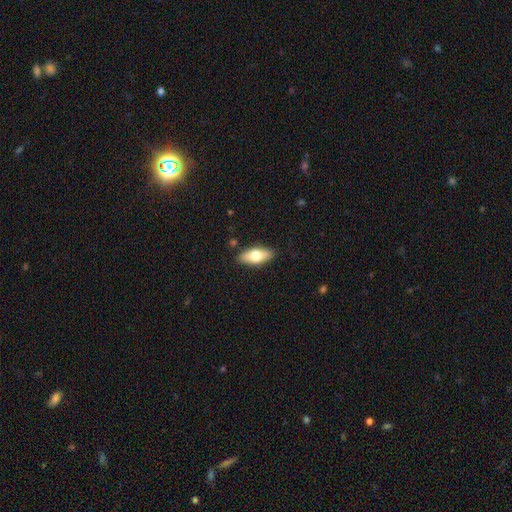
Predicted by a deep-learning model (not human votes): Smooth or featured? Predicted: smooth (p=0.63). How rounded? Predicted: in between (p=0.77). Merging? Predicted: none (p=0.86).